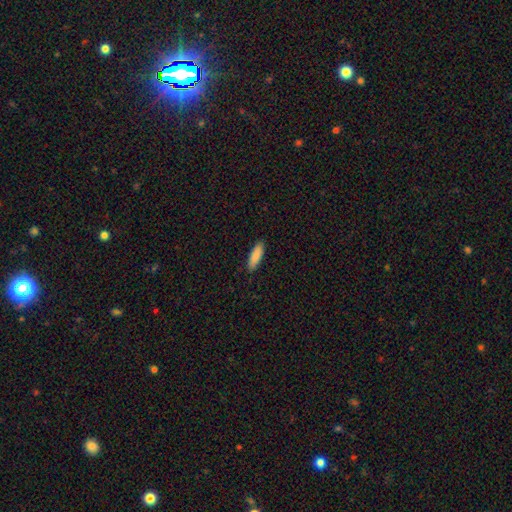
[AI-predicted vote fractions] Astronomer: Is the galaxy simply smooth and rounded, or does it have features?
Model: smooth — 87%.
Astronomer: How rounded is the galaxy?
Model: cigar-shaped — 55% (runner-up: in between, 44%).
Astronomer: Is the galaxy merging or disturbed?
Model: none — 90%.